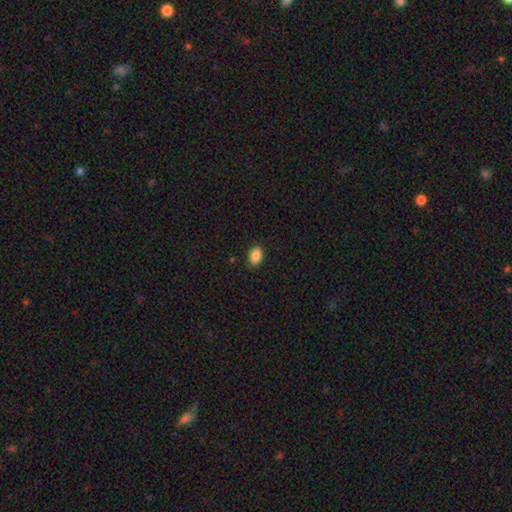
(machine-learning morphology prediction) Smooth or featured: smooth — 88% (star or artifact — 9%)
How rounded: in between — 80% (round — 19%)
Merging: none — 89% (minor disturbance — 8%)